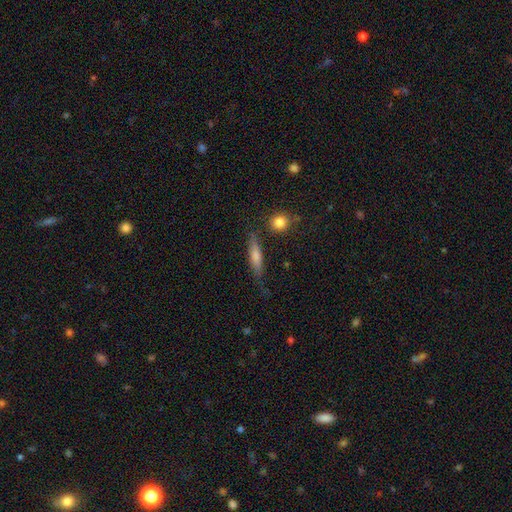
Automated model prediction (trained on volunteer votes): smooth_or_featured: smooth (p=0.53) [alt: featured or disk p=0.38]
how_rounded: cigar-shaped (p=0.79) [alt: in between p=0.18]
merging: none (p=0.73) [alt: minor disturbance p=0.18]